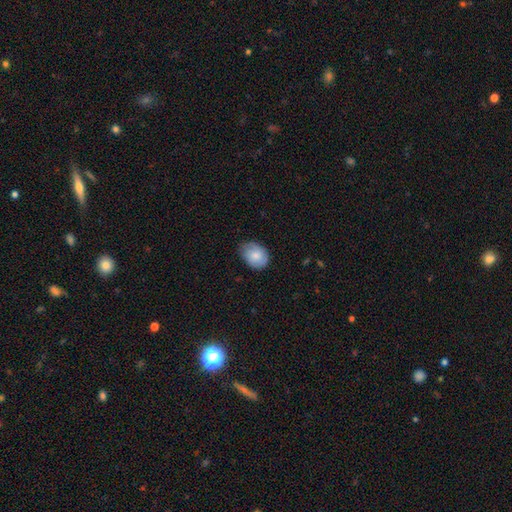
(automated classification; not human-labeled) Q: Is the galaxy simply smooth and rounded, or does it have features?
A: smooth — 80%.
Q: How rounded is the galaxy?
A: in between — 65%.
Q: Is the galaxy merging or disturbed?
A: none — 68%.